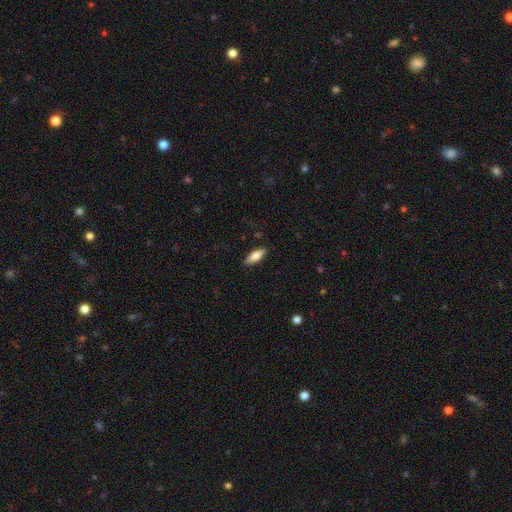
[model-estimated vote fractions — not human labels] smooth_or_featured: smooth (p=0.77) [alt: featured or disk p=0.17]
how_rounded: in between (p=0.64) [alt: cigar-shaped p=0.34]
merging: none (p=0.87) [alt: minor disturbance p=0.10]